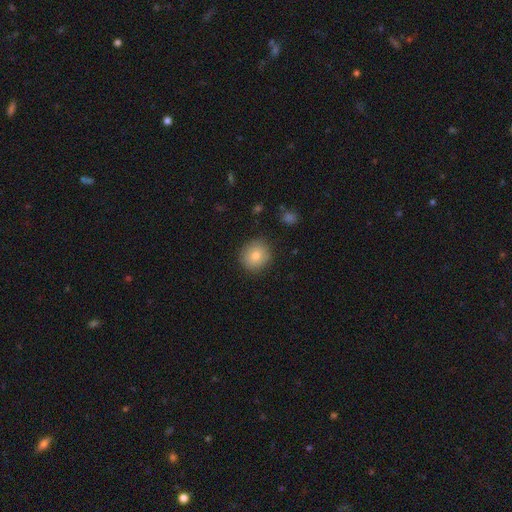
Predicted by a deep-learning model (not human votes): smooth_or_featured: smooth (p=0.78) [alt: featured or disk p=0.12]
how_rounded: round (p=0.90) [alt: in between p=0.09]
merging: none (p=0.88) [alt: minor disturbance p=0.09]